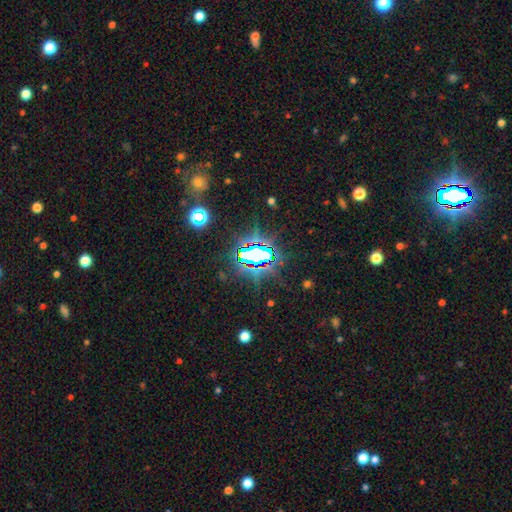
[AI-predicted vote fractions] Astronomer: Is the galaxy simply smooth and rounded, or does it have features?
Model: star or artifact — 76%.